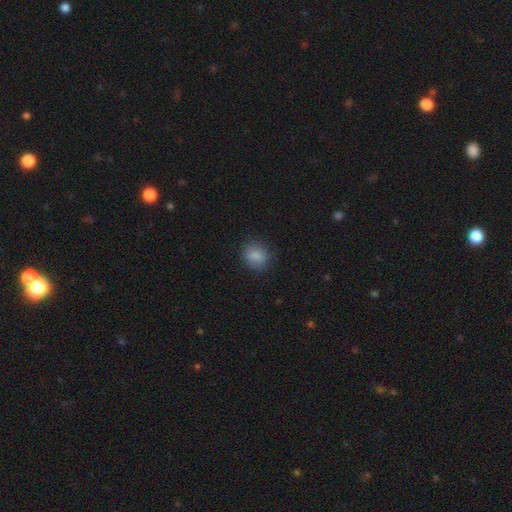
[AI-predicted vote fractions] smooth-or-featured: smooth: 85% | star or artifact: 9% | featured or disk: 6%
  how-rounded: round: 75% | in between: 24% | cigar-shaped: 1%
  merging: none: 83% | minor disturbance: 13% | major disturbance: 4% | merger: 1%